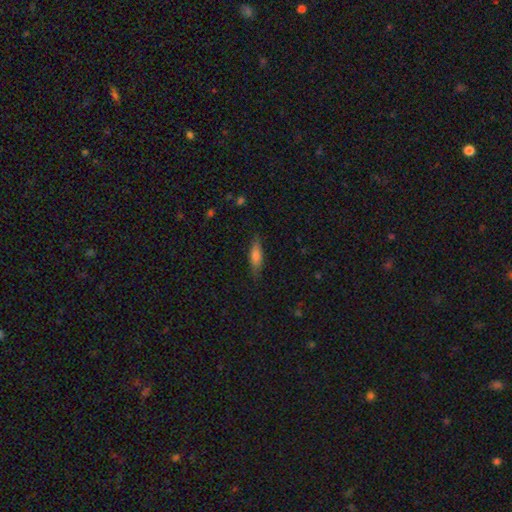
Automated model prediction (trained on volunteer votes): Morphology: type=smooth (70%); roundness=cigar-shaped (59%); merging=none (84%).